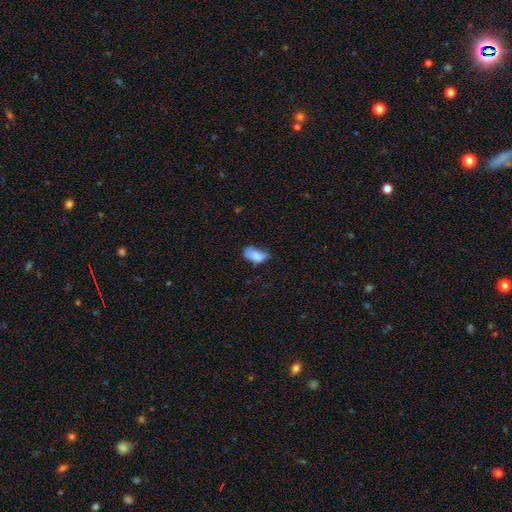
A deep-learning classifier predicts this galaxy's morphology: smooth 81%, featured or disk 11%, star or artifact 8%. Down the decision tree: how rounded — in between (91%); merging — minor disturbance (43%).